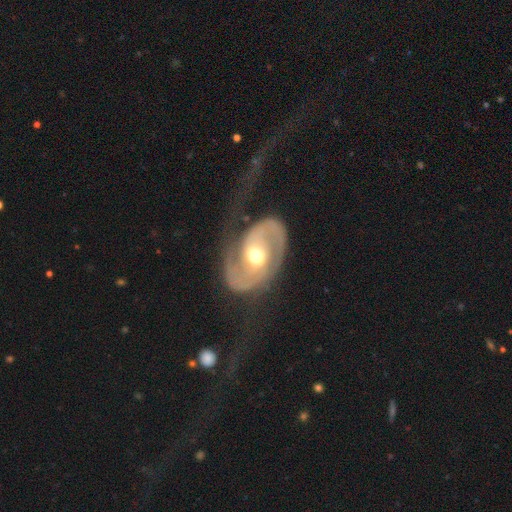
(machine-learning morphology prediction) Smooth or featured: featured or disk — 88% (smooth — 7%)
Edge-on disk: no — 97% (yes — 3%)
Bar: no — 49% (weak — 36%)
Spiral arms: yes — 95% (no — 5%)
Spiral winding: medium — 46% (tight — 30%)
Spiral arm count: 2 — 83% (1 — 8%)
Bulge size: moderate — 74% (small — 14%)
Merging: none — 56% (major disturbance — 23%)